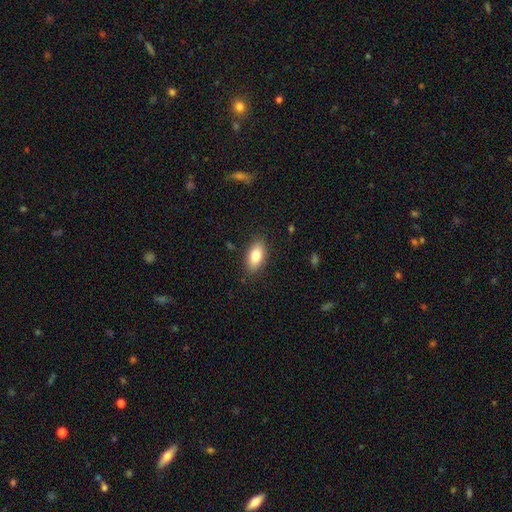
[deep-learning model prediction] Overall: smooth (82%). How rounded: in between (90%). Merging: none (86%).